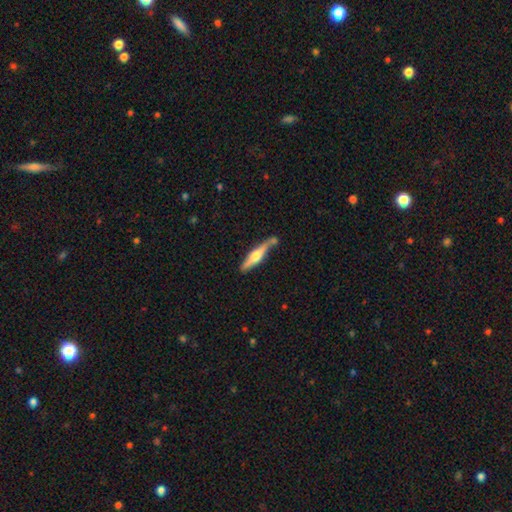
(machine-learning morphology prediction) This is possibly a featured or disk galaxy (58%). It is clearly viewed edge-on (95%). Edge-on bulge: clearly rounded (89%). Merging: likely none (66%).